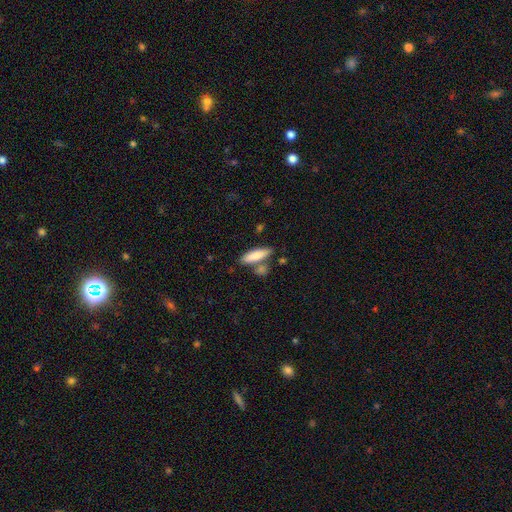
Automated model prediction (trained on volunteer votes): Morphology: type=smooth (82%); roundness=cigar-shaped (57%); merging=none (67%).